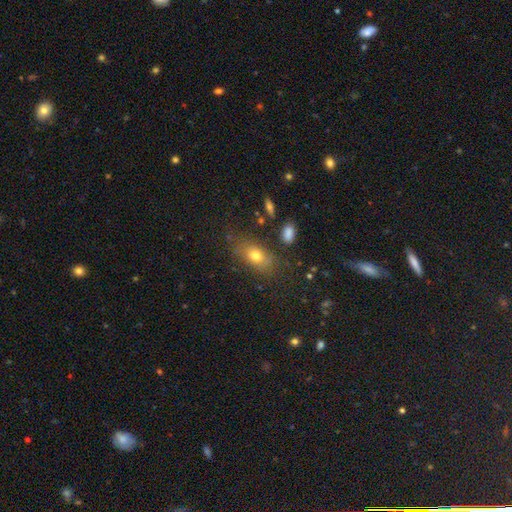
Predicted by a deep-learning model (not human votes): Smooth or featured: smooth — 69% (featured or disk — 17%)
How rounded: in between — 77% (round — 16%)
Merging: none — 71% (minor disturbance — 17%)